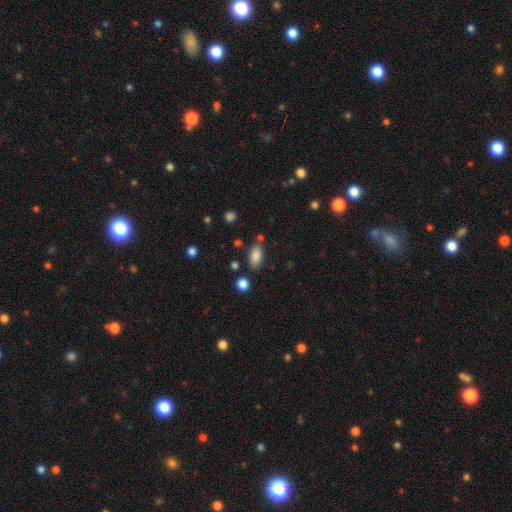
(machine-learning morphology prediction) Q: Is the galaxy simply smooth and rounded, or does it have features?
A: smooth — 85%.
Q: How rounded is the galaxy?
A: in between — 88%.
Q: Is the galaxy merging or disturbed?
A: none — 76%.